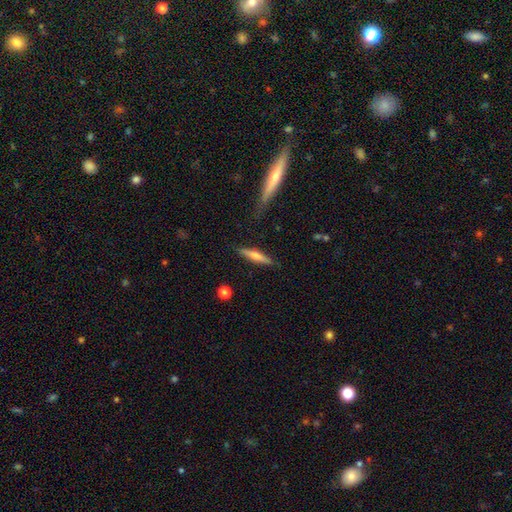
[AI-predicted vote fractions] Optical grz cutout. It shows a smooth galaxy with no disk features (57%) that is cigar-shaped (86%). Merging: none (82%).